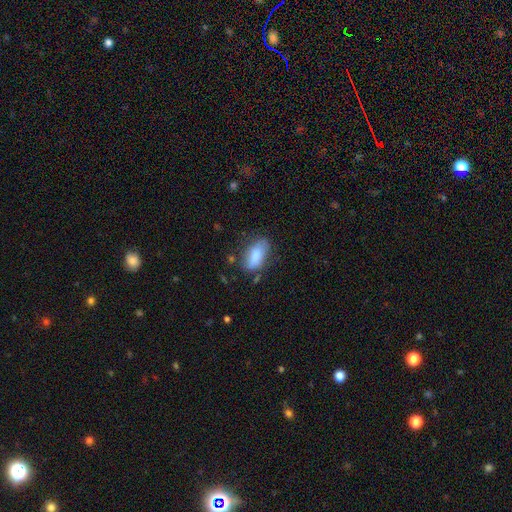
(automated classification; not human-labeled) A smooth galaxy with no disk features (79%) that is in between round and cigar-shaped (86%).

Vote fractions:
- Smooth or featured? smooth: 79% / featured or disk: 14% / star or artifact: 7%
- How rounded? in between: 86% / cigar-shaped: 10% / round: 4%
- Merging? none: 65% / minor disturbance: 24% / major disturbance: 8% / merger: 3%